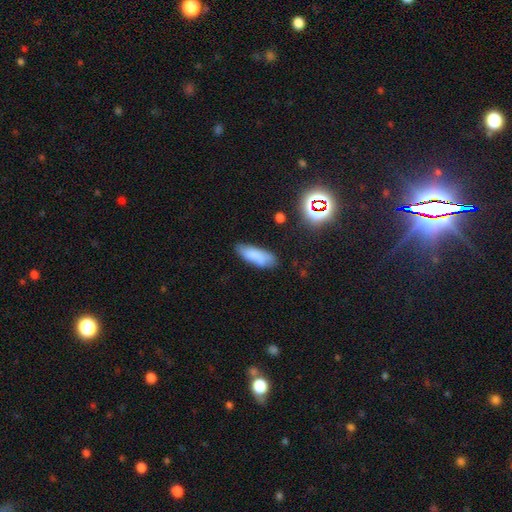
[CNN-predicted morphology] Smooth or featured? Predicted: smooth (p=0.77). How rounded? Predicted: in between (p=0.62). Merging? Predicted: none (p=0.67).